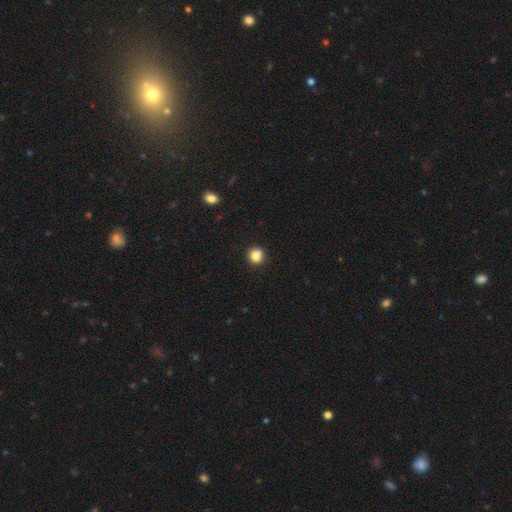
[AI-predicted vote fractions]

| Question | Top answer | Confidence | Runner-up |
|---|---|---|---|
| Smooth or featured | smooth | 84% | star or artifact (11%) |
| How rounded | round | 88% | in between (11%) |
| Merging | none | 88% | minor disturbance (9%) |